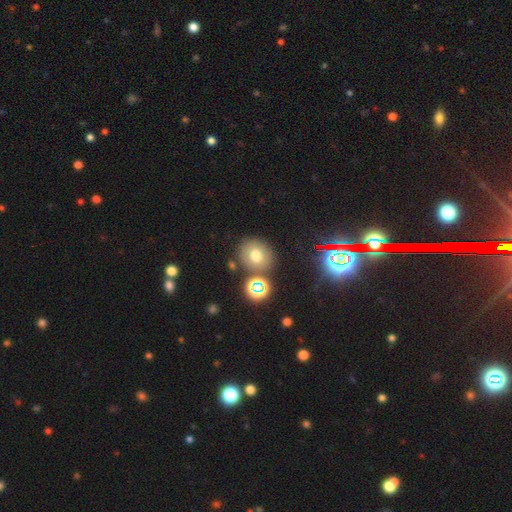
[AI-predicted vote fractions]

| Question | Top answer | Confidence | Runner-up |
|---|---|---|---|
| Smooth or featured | smooth | 67% | star or artifact (20%) |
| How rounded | round | 79% | in between (20%) |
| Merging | none | 77% | minor disturbance (10%) |